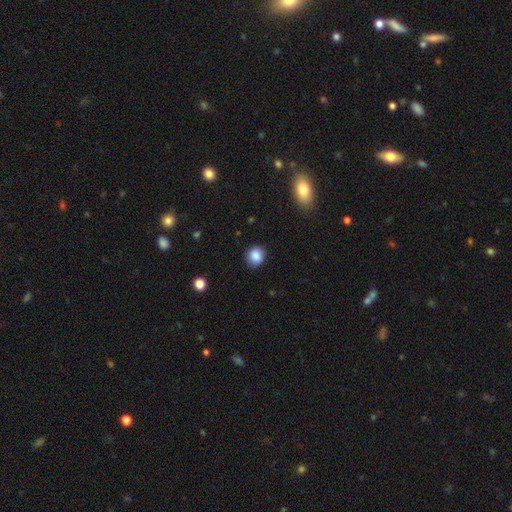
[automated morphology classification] This appears to be a smooth galaxy with no disk features (86%) that is round (80%). Merging: none (85%).